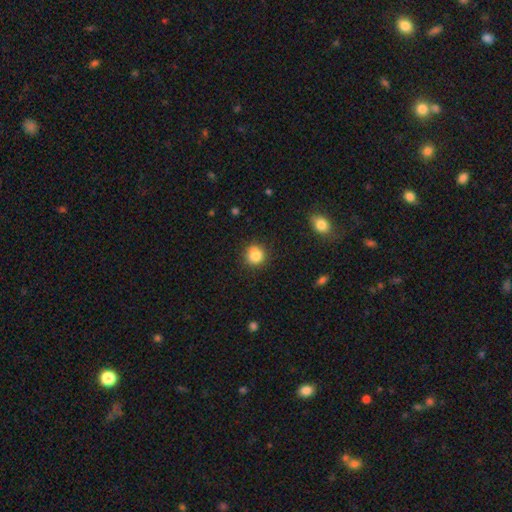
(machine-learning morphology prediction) This is clearly a smooth galaxy (81%). How rounded: clearly round (87%). Merging: likely none (72%).